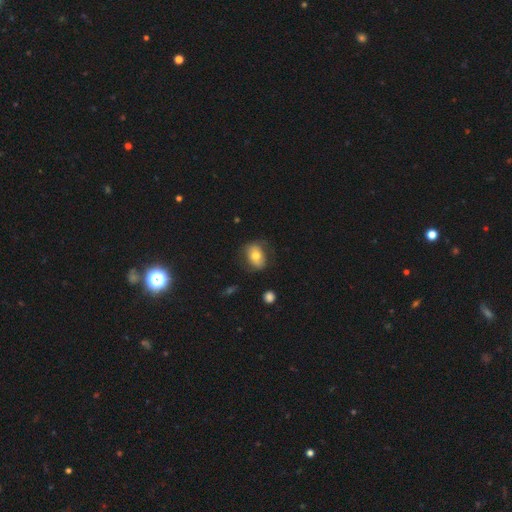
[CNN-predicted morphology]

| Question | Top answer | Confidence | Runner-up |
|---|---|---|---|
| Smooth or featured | smooth | 67% | featured or disk (25%) |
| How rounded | in between | 73% | round (26%) |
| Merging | none | 68% | minor disturbance (21%) |